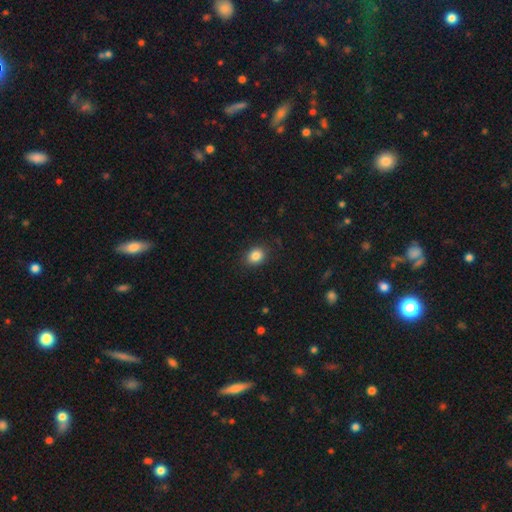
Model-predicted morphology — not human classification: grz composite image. It shows a smooth galaxy with no disk features (85%) that is in between round and cigar-shaped (54%). Merging: none (86%).